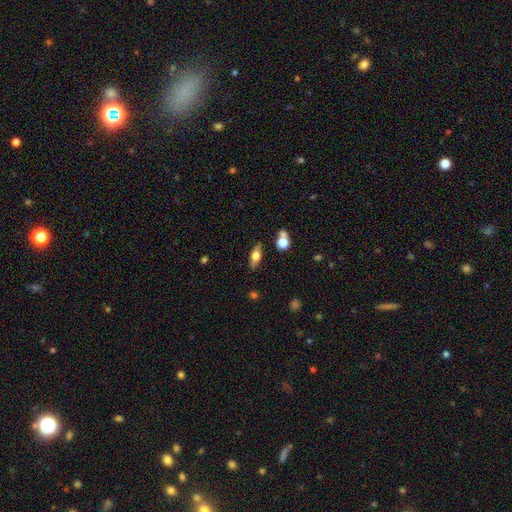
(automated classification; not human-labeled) This appears to be a smooth galaxy with no disk features (51%) that is in between round and cigar-shaped (66%). Merging: none (82%).